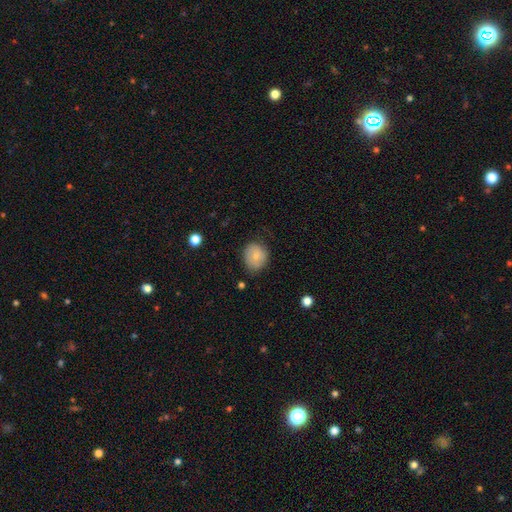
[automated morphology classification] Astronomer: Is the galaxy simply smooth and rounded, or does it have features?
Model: smooth — 75%.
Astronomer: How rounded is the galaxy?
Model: round — 62% (runner-up: in between, 37%).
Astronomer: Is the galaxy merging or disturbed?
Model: none — 67%.